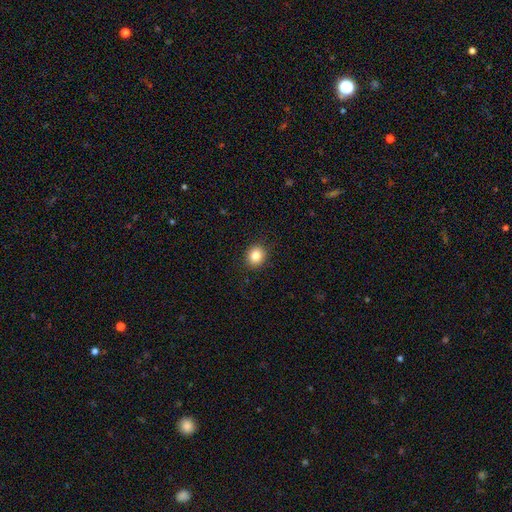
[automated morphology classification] Smooth or featured: smooth — 85% (star or artifact — 10%)
How rounded: round — 74% (in between — 25%)
Merging: none — 90% (minor disturbance — 7%)